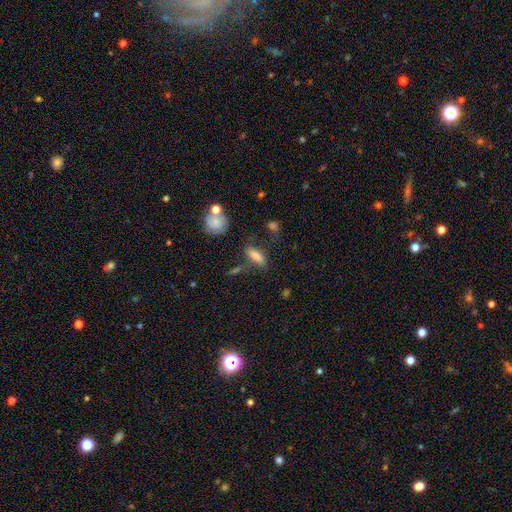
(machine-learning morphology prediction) smooth_or_featured: smooth (p=0.74) [alt: featured or disk p=0.15]
how_rounded: in between (p=0.63) [alt: cigar-shaped p=0.32]
merging: none (p=0.66) [alt: minor disturbance p=0.18]